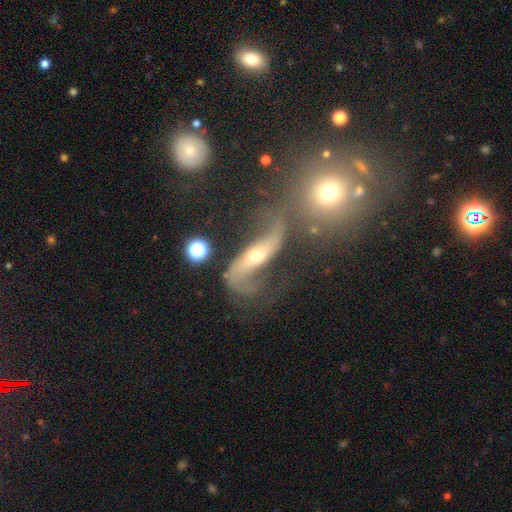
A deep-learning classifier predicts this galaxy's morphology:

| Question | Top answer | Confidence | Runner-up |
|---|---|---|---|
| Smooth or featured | featured or disk | 81% | smooth (11%) |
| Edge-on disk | no | 89% | yes (11%) |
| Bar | no | 41% | strong (30%) |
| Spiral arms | yes | 92% | no (8%) |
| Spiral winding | loose | 84% | medium (12%) |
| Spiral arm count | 2 | 90% | 1 (4%) |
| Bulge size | moderate | 57% | small (34%) |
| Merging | none | 43% | major disturbance (23%) |